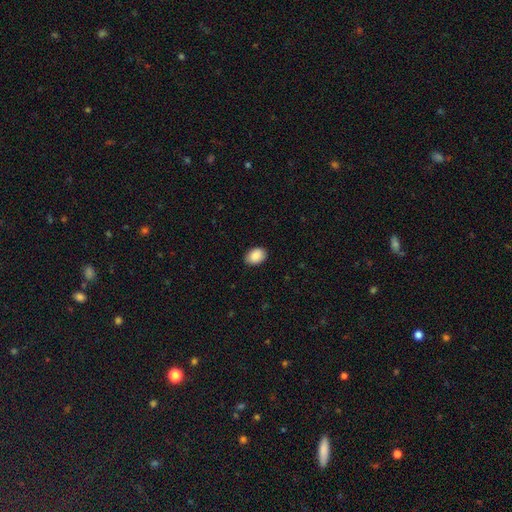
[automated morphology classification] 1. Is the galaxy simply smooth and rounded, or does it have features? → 90% smooth, 7% star or artifact, 4% featured or disk.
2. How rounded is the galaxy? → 81% in between, 18% round, 1% cigar-shaped.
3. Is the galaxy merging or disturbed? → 87% none, 10% minor disturbance, 2% major disturbance, 1% merger.